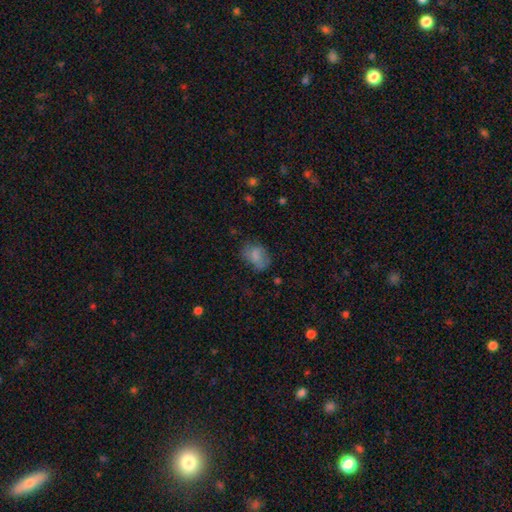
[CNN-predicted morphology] smooth 70%, featured or disk 20%, star or artifact 10%. Down the decision tree: how rounded — in between (74%); merging — none (56%).